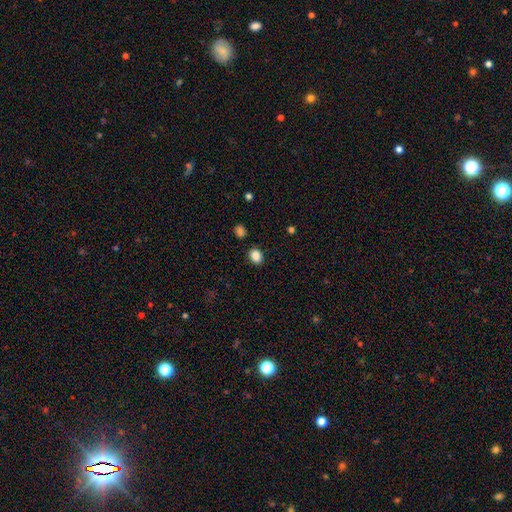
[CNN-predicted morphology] The model was most divided on "how rounded": in between: 53%, round: 46%, cigar-shaped: 1%. More confident: smooth or featured — smooth (86%); merging — none (86%).